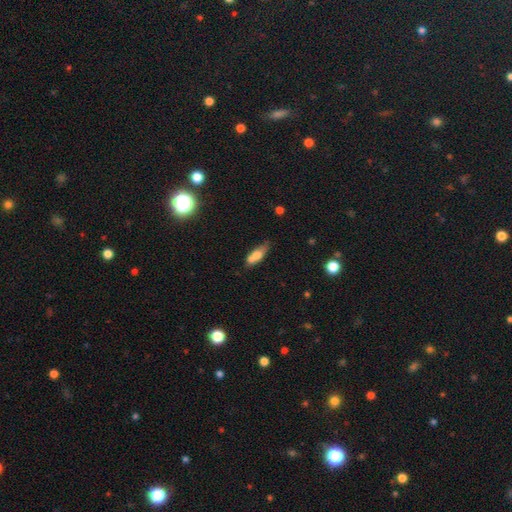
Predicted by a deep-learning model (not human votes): This is likely a smooth galaxy (64%). How rounded: likely in between (63%). Merging: marginally none (42%).